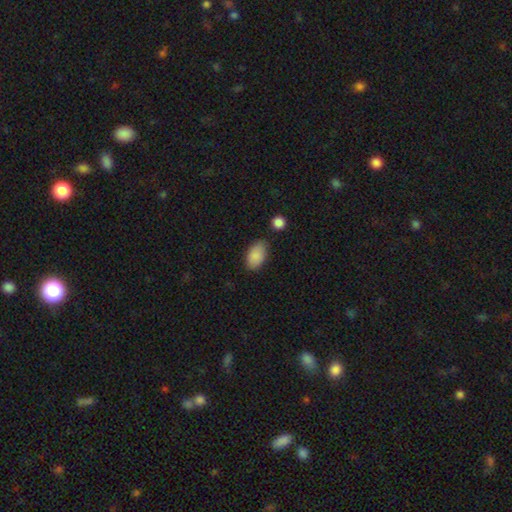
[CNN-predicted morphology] Q: Smooth or featured?
A: smooth (88%); runner-up: star or artifact (7%)
Q: How rounded?
A: in between (93%); runner-up: round (5%)
Q: Merging?
A: none (73%); runner-up: minor disturbance (19%)